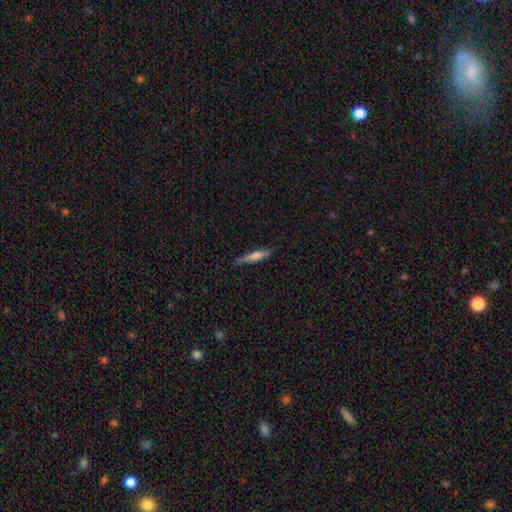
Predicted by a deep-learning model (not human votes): smooth-or-featured: smooth: 59% | featured or disk: 34% | star or artifact: 7%
  how-rounded: cigar-shaped: 92% | in between: 7% | round: 2%
  merging: none: 83% | minor disturbance: 13% | major disturbance: 2% | merger: 1%